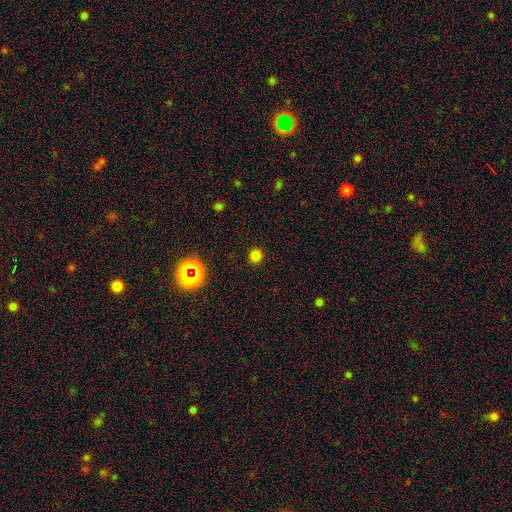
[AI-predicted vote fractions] A smooth galaxy with no disk features (77%) that is round (89%).

Vote fractions:
- Smooth or featured? smooth: 77% / star or artifact: 19% / featured or disk: 4%
- How rounded? round: 89% / in between: 10% / cigar-shaped: 1%
- Merging? none: 90% / minor disturbance: 6% / major disturbance: 2% / merger: 1%